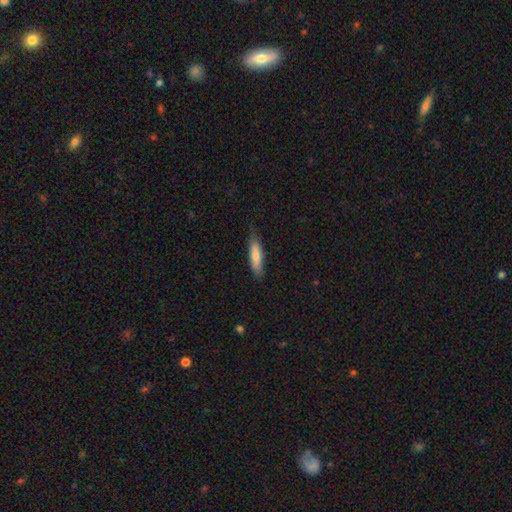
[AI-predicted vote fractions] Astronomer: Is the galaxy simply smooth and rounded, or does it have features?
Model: smooth — 74%.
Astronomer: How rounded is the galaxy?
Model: cigar-shaped — 68%.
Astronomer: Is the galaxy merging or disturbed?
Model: none — 75%.